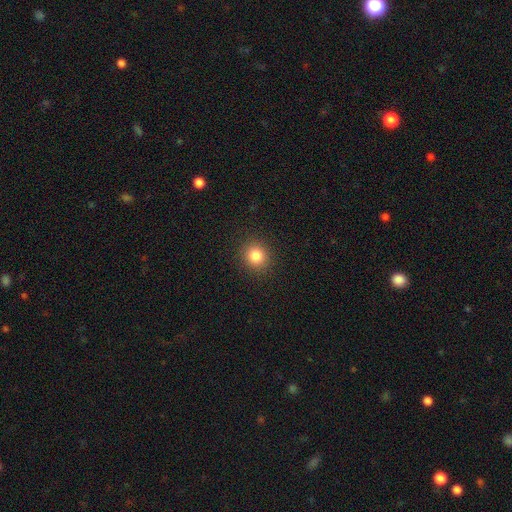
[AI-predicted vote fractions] This is clearly a smooth galaxy (83%). How rounded: clearly round (88%). Merging: clearly none (91%).